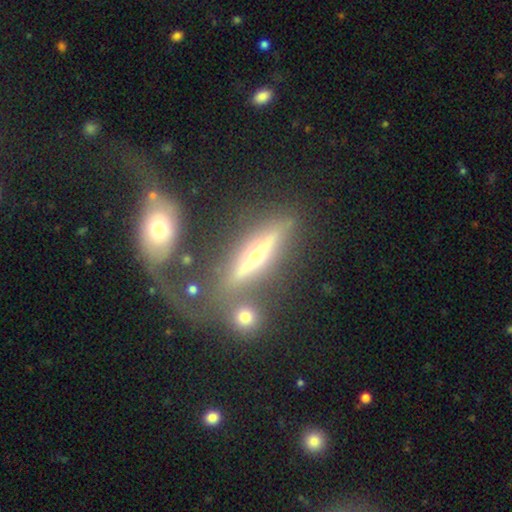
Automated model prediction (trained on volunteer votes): A featured or disk galaxy (66%) viewed edge-on (81%) with a rounded central bulge (88%). Merging: none (46%).